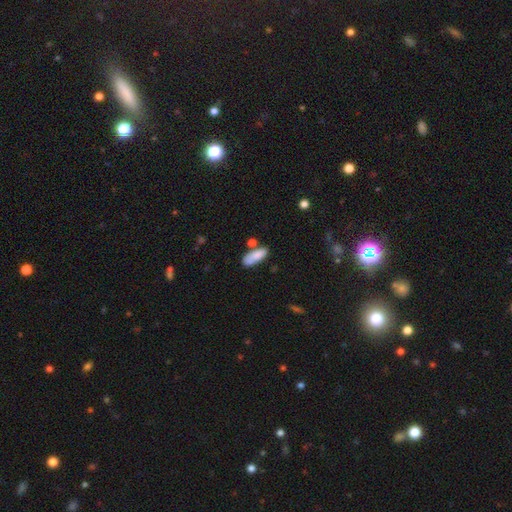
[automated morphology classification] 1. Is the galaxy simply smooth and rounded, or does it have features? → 83% smooth, 10% featured or disk, 7% star or artifact.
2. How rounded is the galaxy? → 72% in between, 25% cigar-shaped, 2% round.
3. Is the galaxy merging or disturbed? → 57% none, 20% minor disturbance, 17% merger, 6% major disturbance.